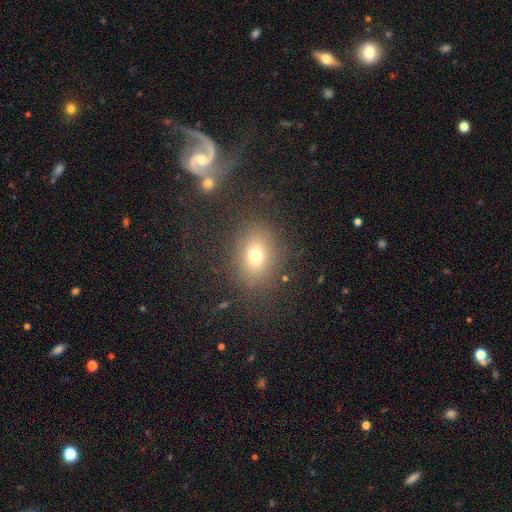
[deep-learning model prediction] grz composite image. It shows a smooth galaxy with no disk features (71%) that is in between round and cigar-shaped (54%). Merging: none (82%).